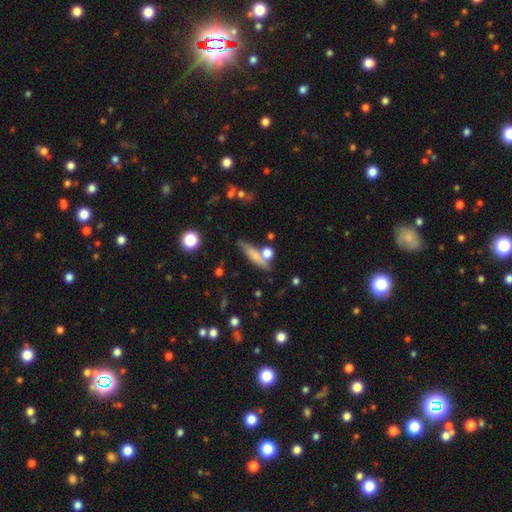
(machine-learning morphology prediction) type=smooth (67%); roundness=cigar-shaped (67%); merging=none (62%).